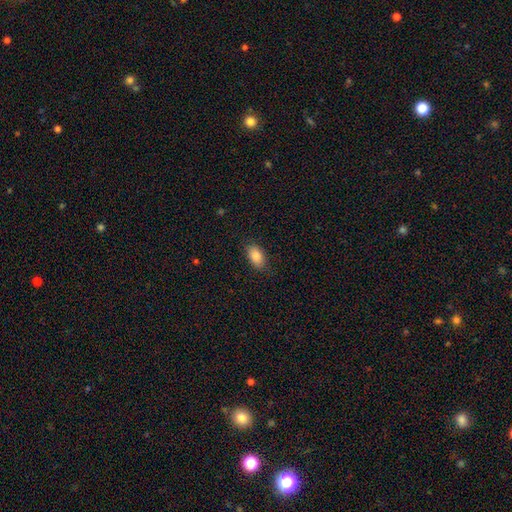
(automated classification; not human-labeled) Smooth or featured?
  - smooth: 87% *
  - star or artifact: 8%
  - featured or disk: 5%
How rounded?
  - in between: 92% *
  - round: 6%
  - cigar-shaped: 3%
Merging?
  - none: 83% *
  - minor disturbance: 13%
  - major disturbance: 3%
  - merger: 1%